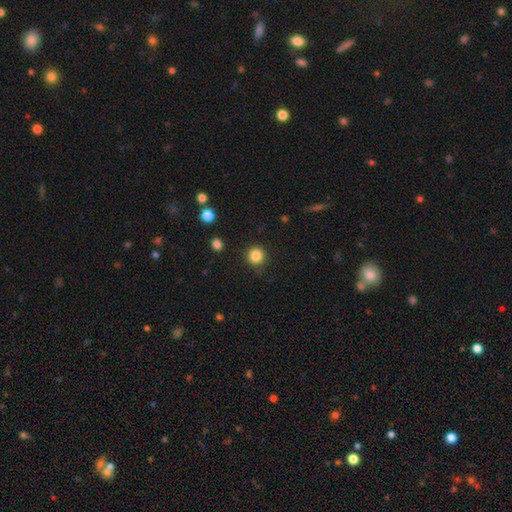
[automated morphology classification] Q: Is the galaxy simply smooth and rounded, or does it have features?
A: smooth — 85%.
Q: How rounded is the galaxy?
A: round — 93%.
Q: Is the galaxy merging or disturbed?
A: none — 86%.